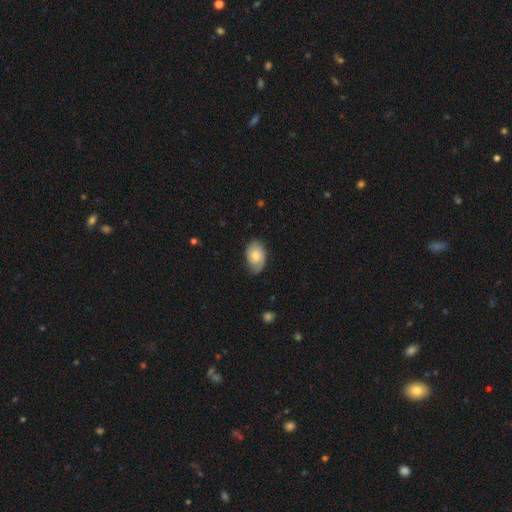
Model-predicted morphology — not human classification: A smooth galaxy with no disk features (61%) that is in between round and cigar-shaped (88%).

Vote fractions:
- Smooth or featured? smooth: 61% / featured or disk: 33% / star or artifact: 6%
- How rounded? in between: 88% / round: 11% / cigar-shaped: 1%
- Merging? none: 65% / minor disturbance: 27% / major disturbance: 7% / merger: 1%